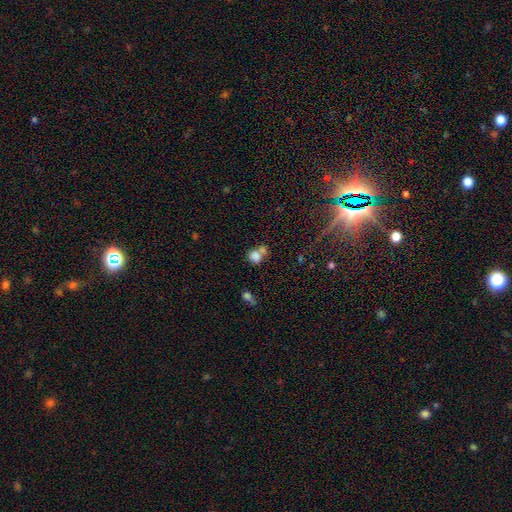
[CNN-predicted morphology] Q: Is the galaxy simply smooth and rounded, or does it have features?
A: smooth — 79%.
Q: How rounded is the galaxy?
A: round — 66%.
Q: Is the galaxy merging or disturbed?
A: merger — 45%.